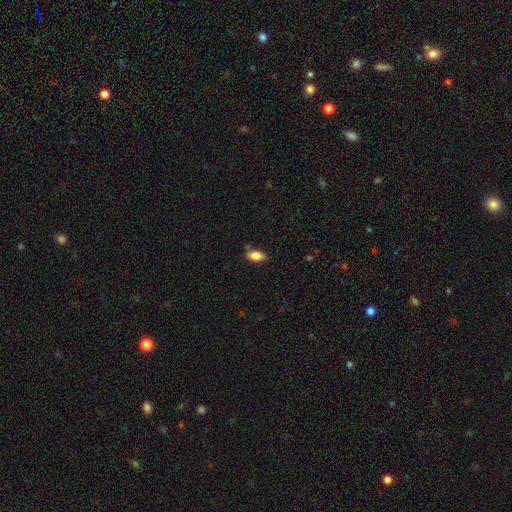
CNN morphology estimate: smooth 83%, featured or disk 9%, star or artifact 8%. Down the decision tree: how rounded — in between (89%); merging — none (80%).